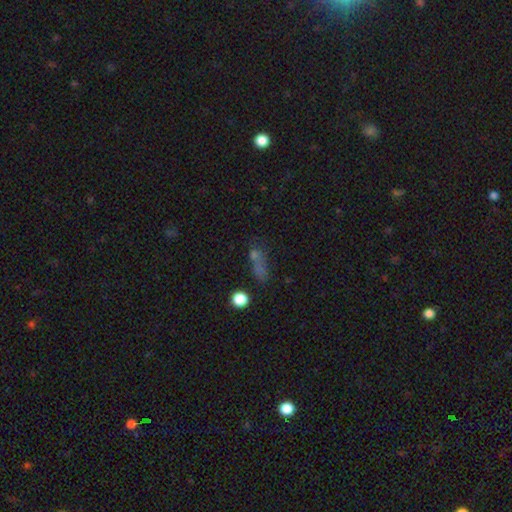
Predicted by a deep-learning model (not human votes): This is possibly a smooth galaxy (56%). How rounded: marginally in between (44%). Merging: possibly none (47%).